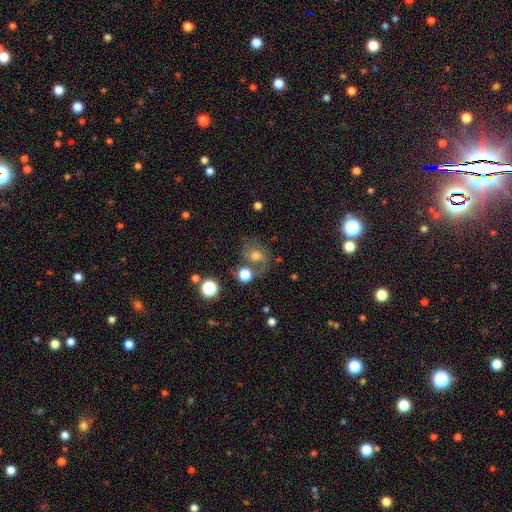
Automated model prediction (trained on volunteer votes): smooth-or-featured: smooth: 42% | featured or disk: 36% | star or artifact: 22%
  merging: none: 56% | minor disturbance: 17% | merger: 14% | major disturbance: 13%